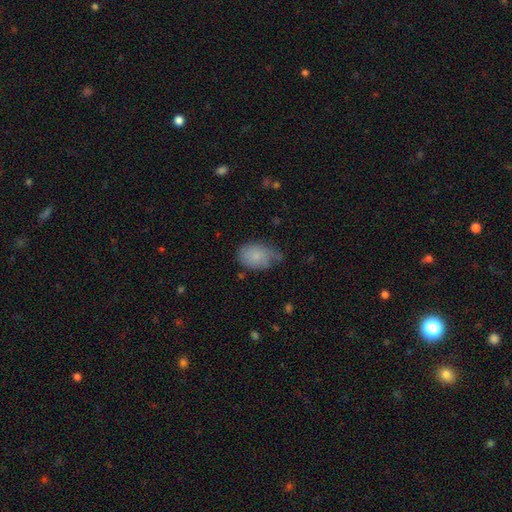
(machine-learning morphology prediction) Overall: smooth (75%). How rounded: in between (86%). Merging: none (47%; minor disturbance 39%).